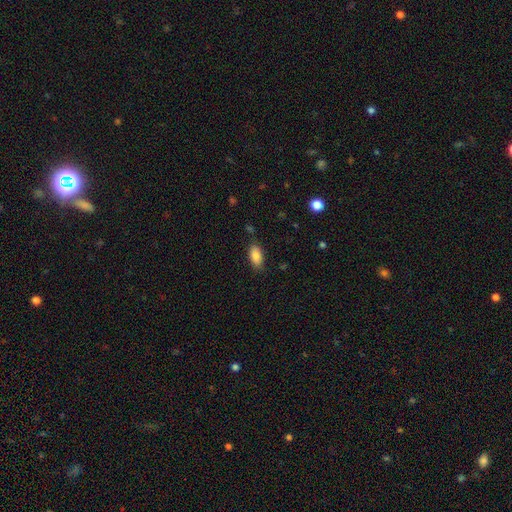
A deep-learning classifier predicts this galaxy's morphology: The model was most divided on "merging": none: 81%, minor disturbance: 14%, major disturbance: 3%, merger: 2%. More confident: how rounded — in between (91%); smooth or featured — smooth (86%).